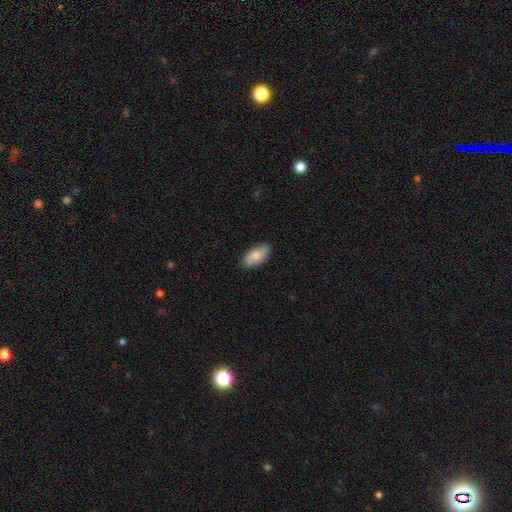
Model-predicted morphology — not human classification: Smooth or featured?
  - smooth: 79% *
  - featured or disk: 16%
  - star or artifact: 6%
How rounded?
  - in between: 93% *
  - cigar-shaped: 4%
  - round: 3%
Merging?
  - none: 84% *
  - minor disturbance: 13%
  - major disturbance: 2%
  - merger: 1%